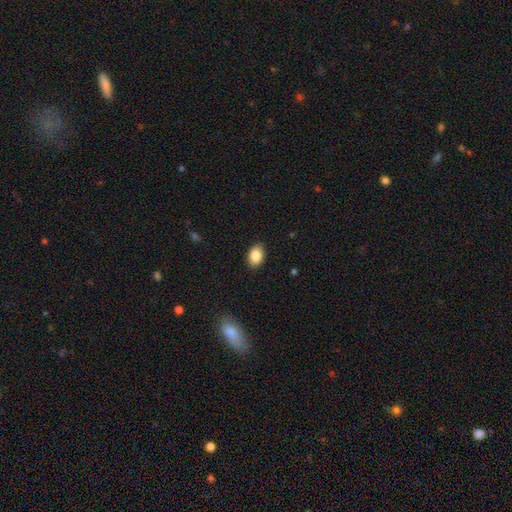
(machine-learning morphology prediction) The model was most divided on "how rounded": in between: 78%, round: 21%, cigar-shaped: 1%. More confident: merging — none (88%); smooth or featured — smooth (85%).